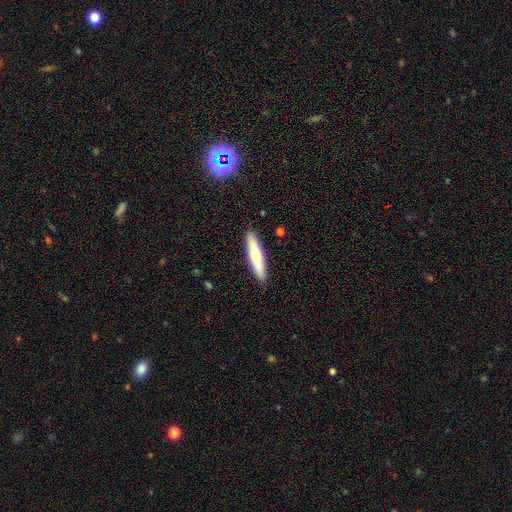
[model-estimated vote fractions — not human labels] Smooth or featured?
  - smooth: 64% *
  - featured or disk: 31%
  - star or artifact: 5%
How rounded?
  - cigar-shaped: 85% *
  - in between: 13%
  - round: 1%
Merging?
  - none: 90% *
  - minor disturbance: 8%
  - major disturbance: 2%
  - merger: 1%